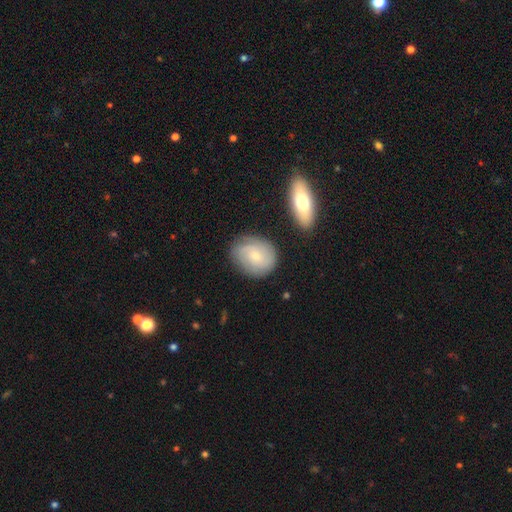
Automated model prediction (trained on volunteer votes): Morphology: type=featured or disk (46%, tied with smooth); merging=none (74%).